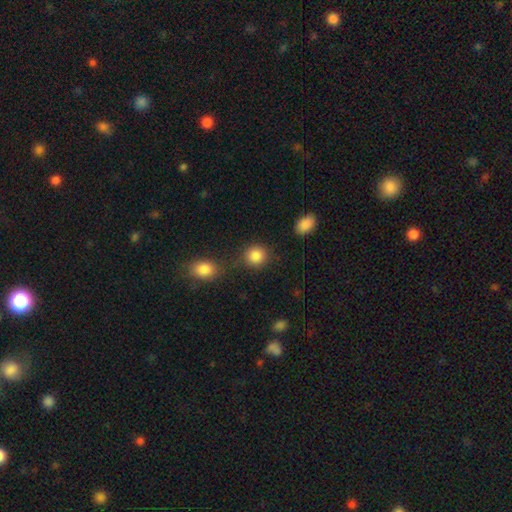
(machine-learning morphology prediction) smooth-or-featured: smooth: 87% | star or artifact: 9% | featured or disk: 4%
  how-rounded: round: 83% | in between: 16% | cigar-shaped: 1%
  merging: none: 75% | merger: 11% | minor disturbance: 10% | major disturbance: 4%